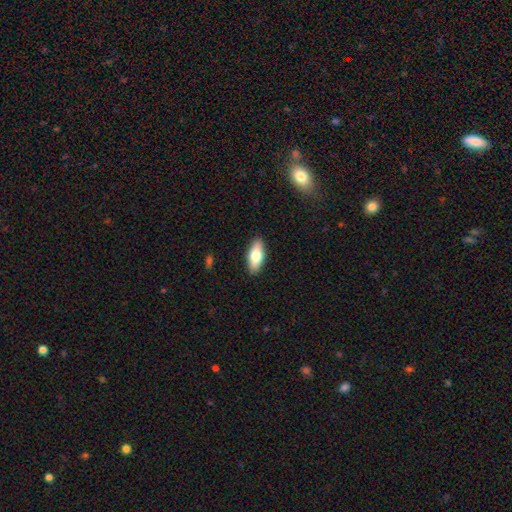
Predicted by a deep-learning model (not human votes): A smooth galaxy with no disk features (73%) that is in between round and cigar-shaped (82%). Merging: none (90%).